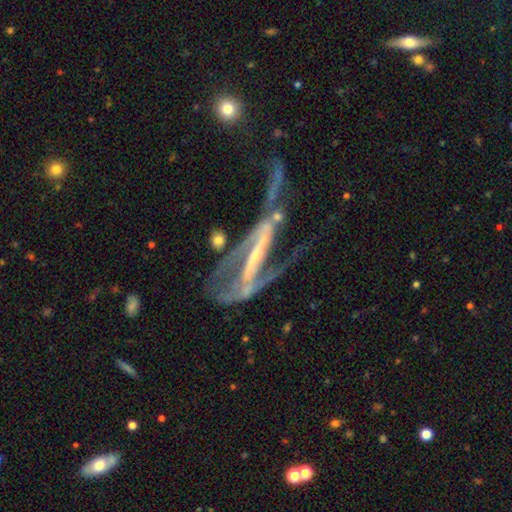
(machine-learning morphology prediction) Smooth or featured?
  - featured or disk: 85% *
  - star or artifact: 8%
  - smooth: 7%
Edge-on disk?
  - no: 80% *
  - yes: 20%
Bar?
  - strong: 62% *
  - weak: 22%
  - no: 15%
Spiral arms?
  - yes: 83% *
  - no: 17%
Spiral winding?
  - loose: 46% *
  - medium: 35%
  - tight: 19%
Spiral arm count?
  - 2: 73% *
  - can't tell: 13%
  - 1: 8%
  - 3: 3%
  - 4: 2%
  - more than 4: 2%
Bulge size?
  - small: 62% *
  - moderate: 24%
  - none: 10%
  - large: 2%
  - dominant: 1%
Merging?
  - major disturbance: 40% *
  - none: 24%
  - merger: 21%
  - minor disturbance: 15%